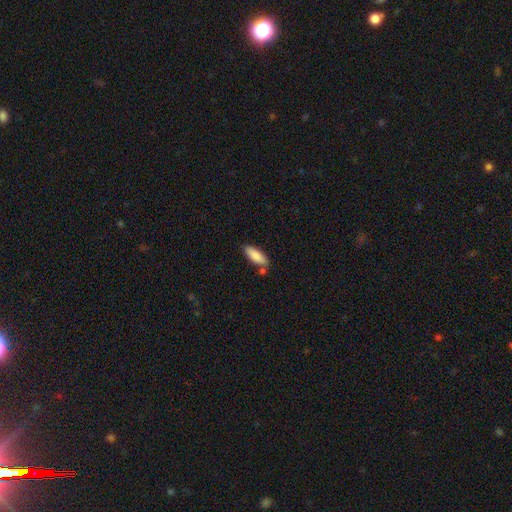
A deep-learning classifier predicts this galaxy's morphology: Smooth or featured: smooth — 86% (featured or disk — 8%)
How rounded: in between — 62% (cigar-shaped — 36%)
Merging: none — 74% (minor disturbance — 14%)